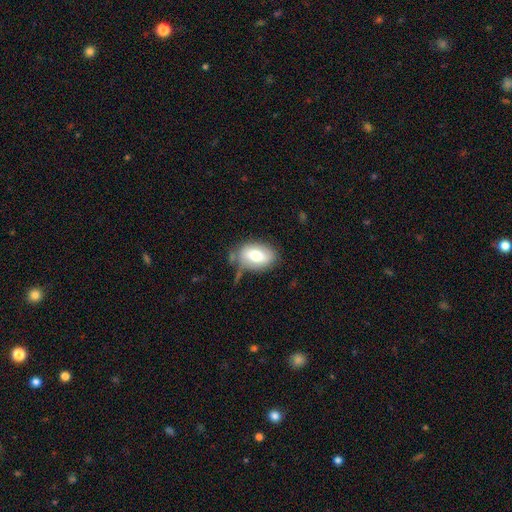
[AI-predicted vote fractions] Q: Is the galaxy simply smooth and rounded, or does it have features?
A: smooth — 69%.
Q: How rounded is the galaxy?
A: in between — 86%.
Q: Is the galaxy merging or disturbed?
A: none — 66%.